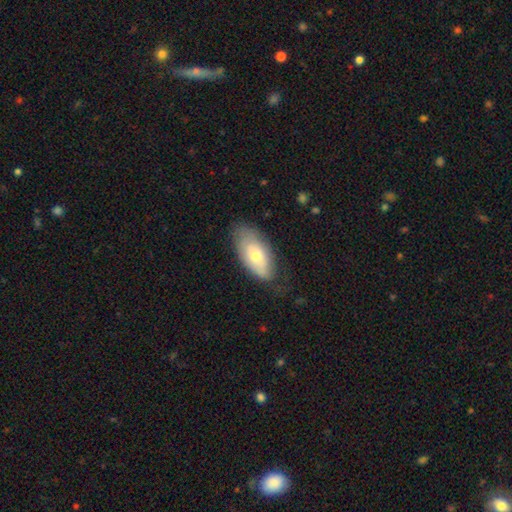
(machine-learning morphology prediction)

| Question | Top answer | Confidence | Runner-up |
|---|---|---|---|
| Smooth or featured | smooth | 62% | featured or disk (31%) |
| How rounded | in between | 92% | cigar-shaped (5%) |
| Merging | none | 68% | minor disturbance (24%) |